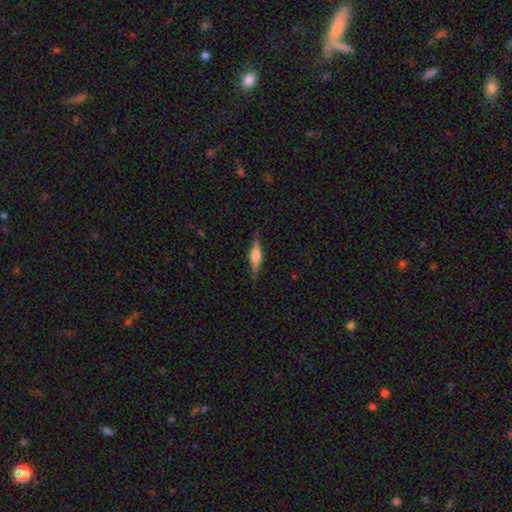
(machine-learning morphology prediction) The model was most divided on "smooth or featured": featured or disk: 57%, smooth: 35%, star or artifact: 8%. More confident: edge-on disk — yes (96%); merging — none (83%); edge-on bulge — rounded (68%).